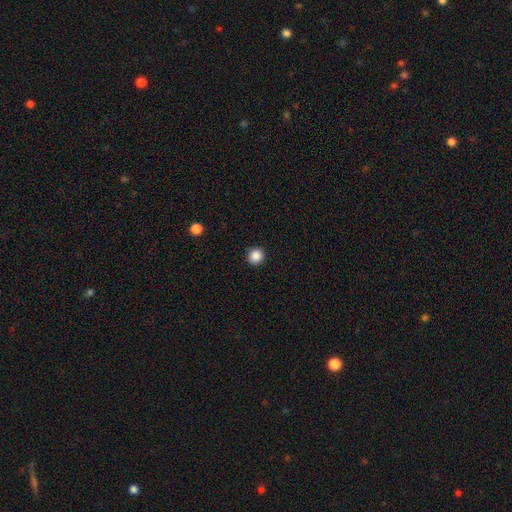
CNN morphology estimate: smooth 87%, star or artifact 10%, featured or disk 3%. Down the decision tree: how rounded — round (94%); merging — none (92%).